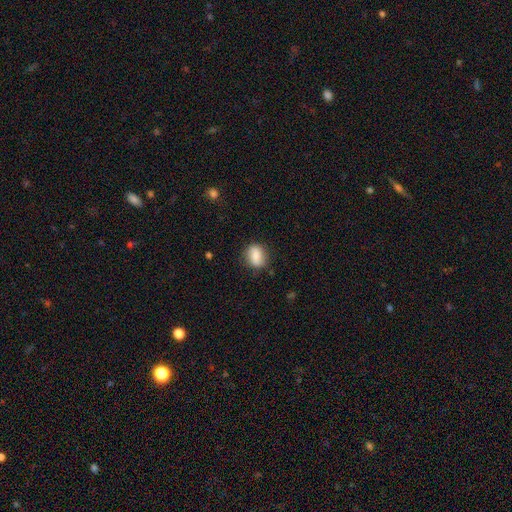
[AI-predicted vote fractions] smooth-or-featured: smooth: 81% | featured or disk: 12% | star or artifact: 8%
  how-rounded: in between: 54% | round: 44% | cigar-shaped: 2%
  merging: none: 79% | minor disturbance: 15% | major disturbance: 4% | merger: 1%